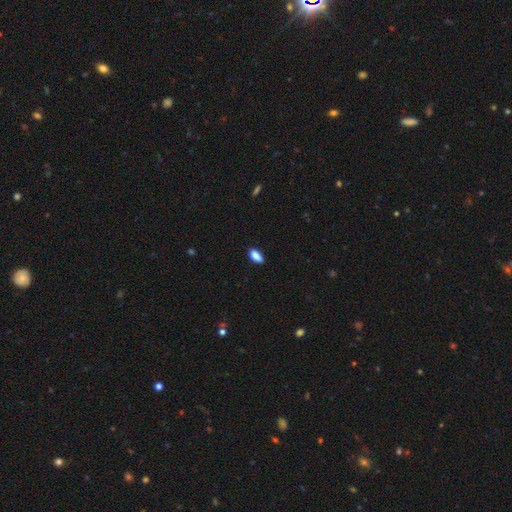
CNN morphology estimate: smooth-or-featured: smooth: 87% | star or artifact: 8% | featured or disk: 5%
  how-rounded: in between: 87% | cigar-shaped: 10% | round: 3%
  merging: none: 80% | minor disturbance: 16% | major disturbance: 2% | merger: 1%